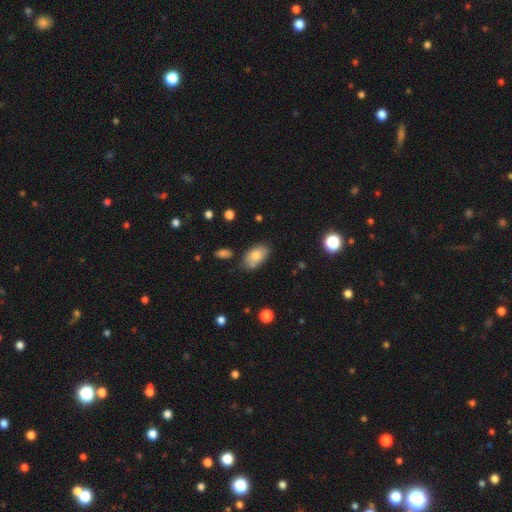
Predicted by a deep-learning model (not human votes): A smooth galaxy with no disk features (76%) that is in between round and cigar-shaped (92%).

Vote fractions:
- Smooth or featured? smooth: 76% / featured or disk: 16% / star or artifact: 8%
- How rounded? in between: 92% / round: 7% / cigar-shaped: 2%
- Merging? none: 68% / minor disturbance: 20% / merger: 7% / major disturbance: 5%